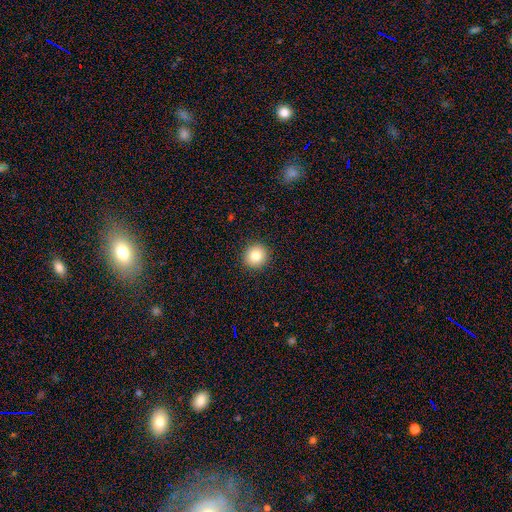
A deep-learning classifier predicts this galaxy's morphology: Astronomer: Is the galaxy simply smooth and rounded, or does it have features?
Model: smooth — 82%.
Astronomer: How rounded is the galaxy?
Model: round — 91%.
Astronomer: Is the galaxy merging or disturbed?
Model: none — 92%.